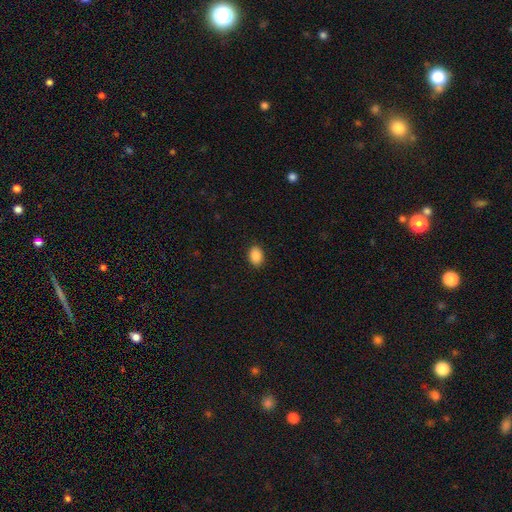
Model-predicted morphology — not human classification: Smooth or featured? smooth (89%)
How rounded? in between (75%)
Merging? none (90%)